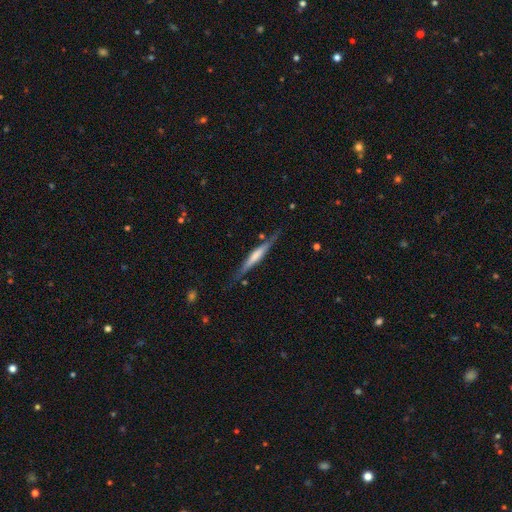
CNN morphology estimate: This is possibly a featured or disk galaxy (55%). It is clearly viewed edge-on (95%). Edge-on bulge: marginally none (36%). Merging: likely none (77%).